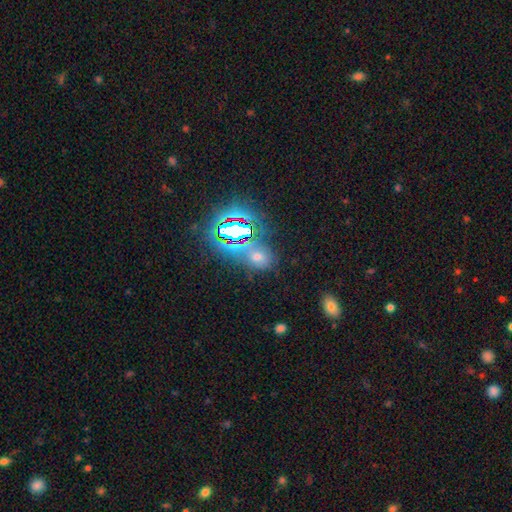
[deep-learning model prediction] Smooth or featured: star or artifact — 52% (smooth — 36%)